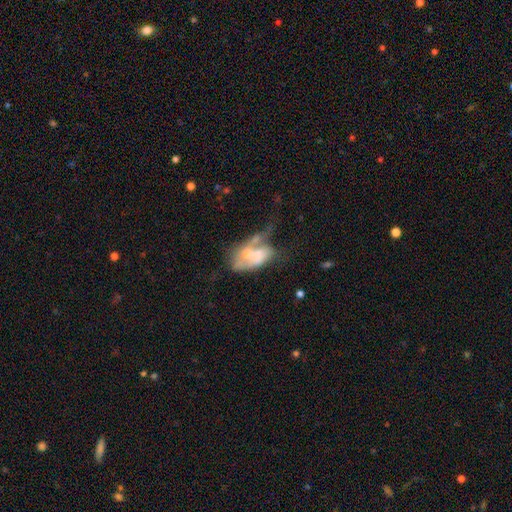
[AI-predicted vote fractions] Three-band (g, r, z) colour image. It shows a featured or disk galaxy (50%). Merging: merger (36%).